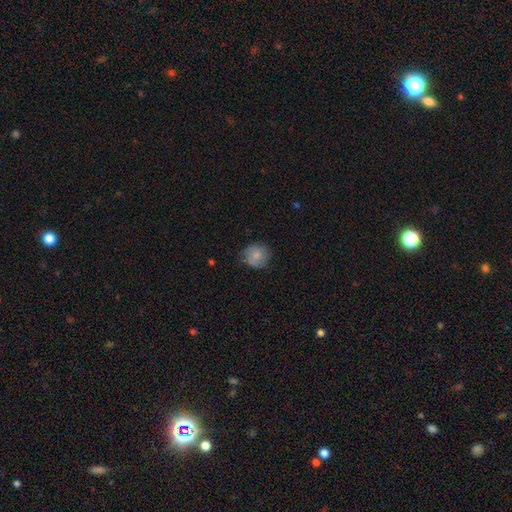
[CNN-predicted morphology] smooth-or-featured: smooth: 73% | featured or disk: 19% | star or artifact: 8%
  how-rounded: round: 88% | in between: 11% | cigar-shaped: 1%
  merging: none: 69% | minor disturbance: 23% | major disturbance: 5% | merger: 3%